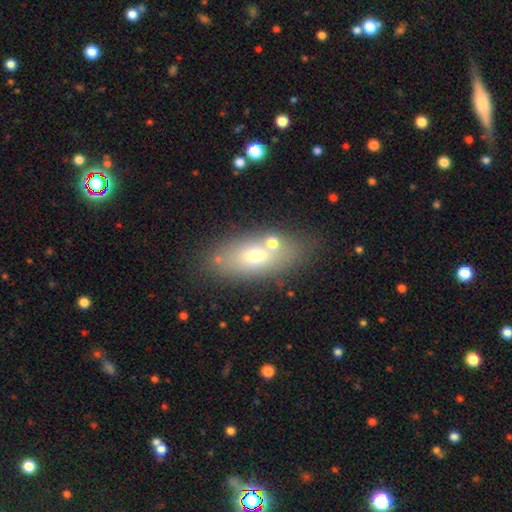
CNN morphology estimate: A smooth galaxy with no disk features (67%) that is in between round and cigar-shaped (84%). Merging: none (73%).